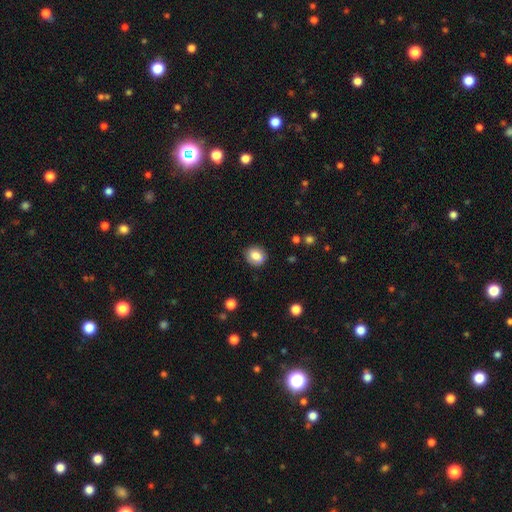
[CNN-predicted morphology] This is clearly a smooth galaxy (81%). How rounded: likely round (69%). Merging: clearly none (86%).